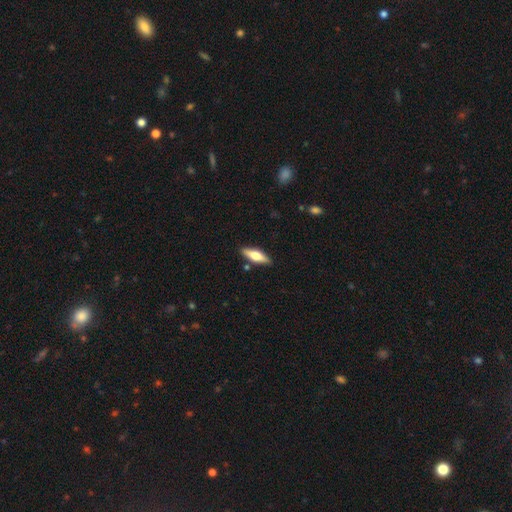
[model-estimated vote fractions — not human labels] smooth-or-featured: smooth: 54% | featured or disk: 41% | star or artifact: 6%
  how-rounded: cigar-shaped: 49% (tied) | in between: 49% (tied) | round: 2%
  merging: none: 85% | minor disturbance: 10% | merger: 3% | major disturbance: 2%